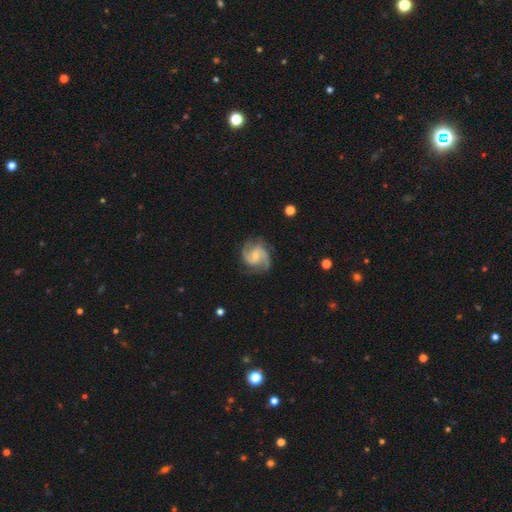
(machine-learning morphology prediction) Smooth or featured: featured or disk — 90% (smooth — 6%)
Edge-on disk: no — 98% (yes — 2%)
Bar: no — 46% (weak — 44%)
Spiral arms: yes — 98% (no — 2%)
Spiral winding: medium — 56% (tight — 29%)
Spiral arm count: 2 — 64% (3 — 22%)
Bulge size: small — 57% (moderate — 34%)
Merging: none — 78% (minor disturbance — 15%)